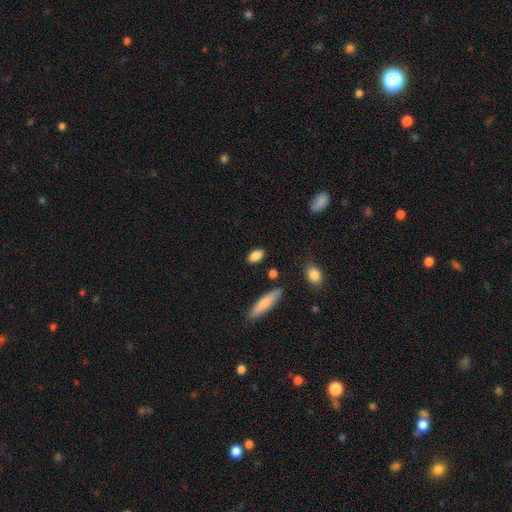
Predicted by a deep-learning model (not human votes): This is clearly a smooth galaxy (86%). How rounded: clearly in between (85%). Merging: clearly none (85%).